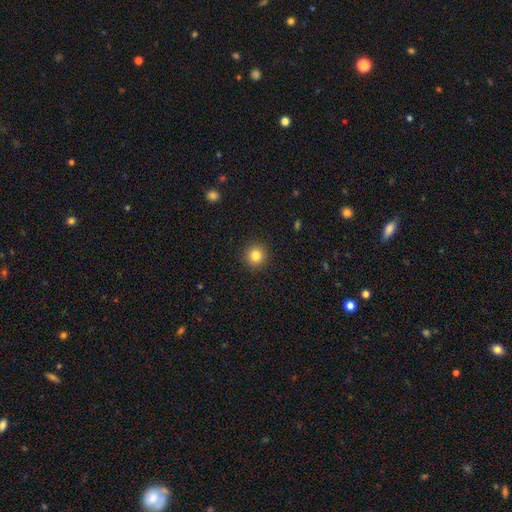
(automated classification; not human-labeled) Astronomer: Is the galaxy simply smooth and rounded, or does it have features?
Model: smooth — 83%.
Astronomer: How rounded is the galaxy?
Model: round — 94%.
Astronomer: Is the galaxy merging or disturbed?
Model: none — 92%.